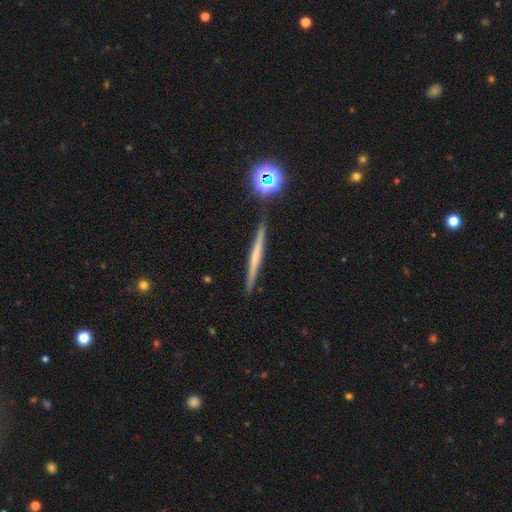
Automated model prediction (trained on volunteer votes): A featured or disk galaxy (50%) viewed edge-on (97%).

Vote fractions:
- Smooth or featured? featured or disk: 50% / smooth: 38% / star or artifact: 11%
- Edge-on disk? yes: 97% / no: 3%
- Merging? none: 90% / minor disturbance: 7% / merger: 2% / major disturbance: 2%